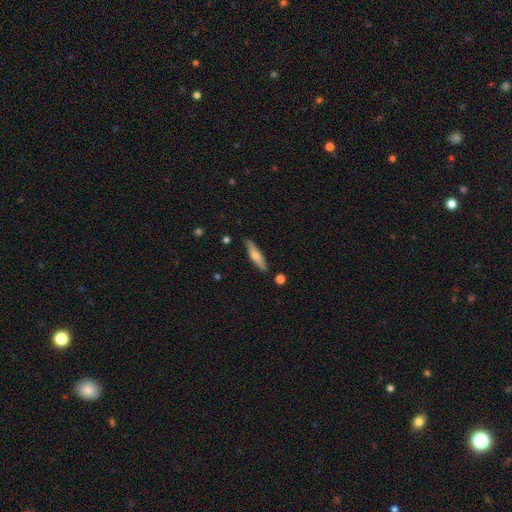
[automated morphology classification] type=smooth (60%); roundness=cigar-shaped (81%); merging=none (84%).